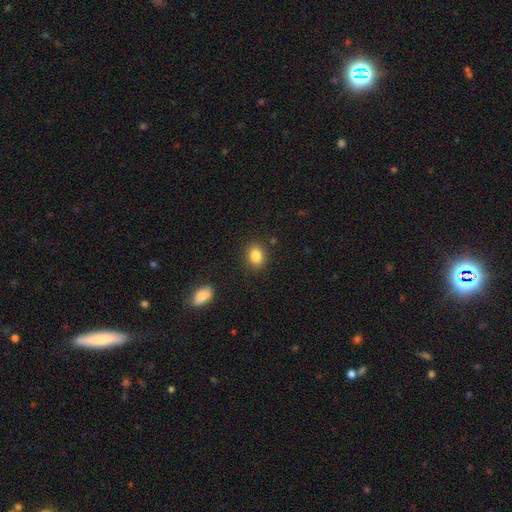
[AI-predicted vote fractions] A smooth galaxy with no disk features (85%) that is in between round and cigar-shaped (55%). Merging: none (87%).